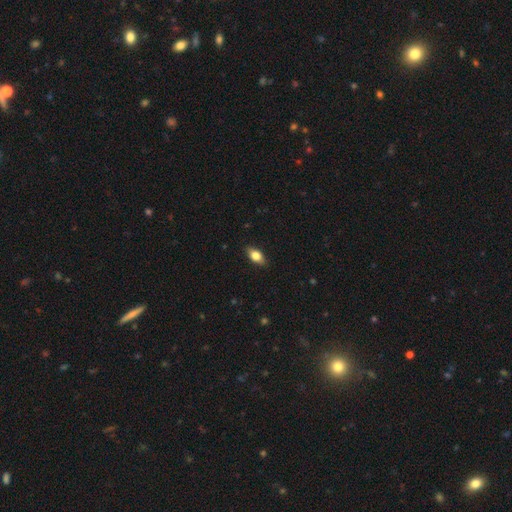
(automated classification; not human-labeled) Q: Smooth or featured?
A: smooth (77%); runner-up: featured or disk (16%)
Q: How rounded?
A: in between (86%); runner-up: cigar-shaped (7%)
Q: Merging?
A: none (87%); runner-up: minor disturbance (10%)